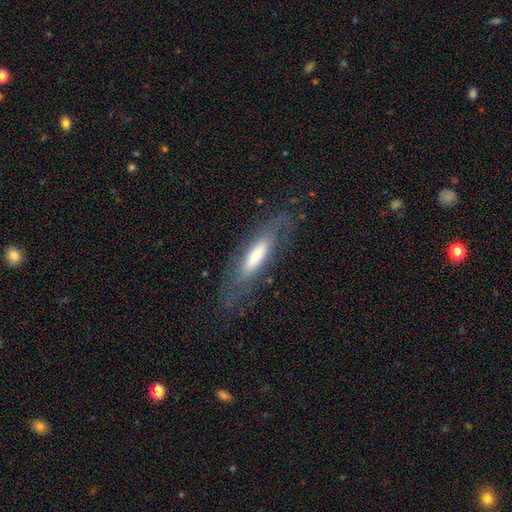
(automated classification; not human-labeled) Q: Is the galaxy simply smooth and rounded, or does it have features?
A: featured or disk — 51%.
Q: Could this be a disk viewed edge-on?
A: no — 58%.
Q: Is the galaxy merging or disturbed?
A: none — 70%.